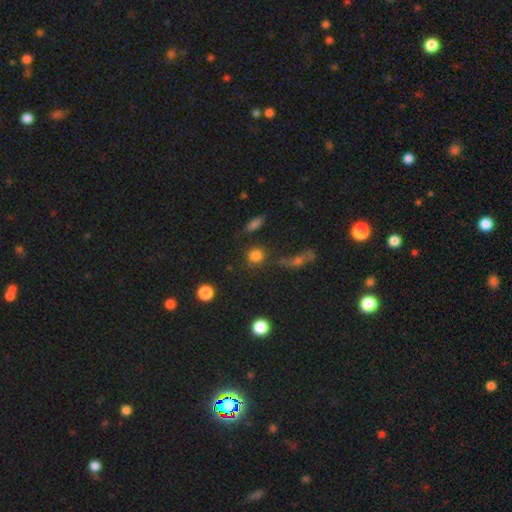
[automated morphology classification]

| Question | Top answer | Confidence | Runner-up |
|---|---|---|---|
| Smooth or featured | smooth | 81% | star or artifact (14%) |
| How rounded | round | 88% | in between (10%) |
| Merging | none | 76% | minor disturbance (11%) |